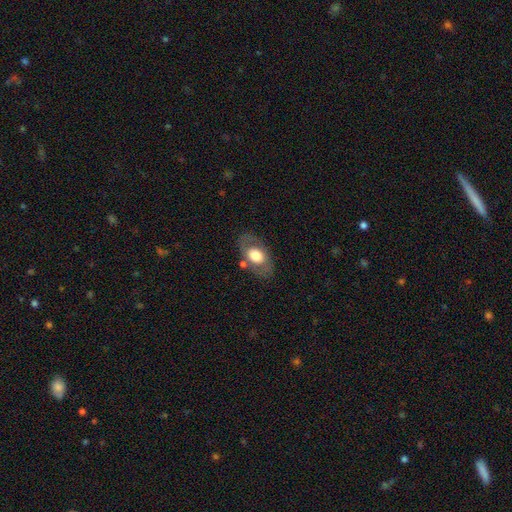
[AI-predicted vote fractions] This appears to be a smooth galaxy with no disk features (57%) that is in between round and cigar-shaped (85%). Merging: none (72%).